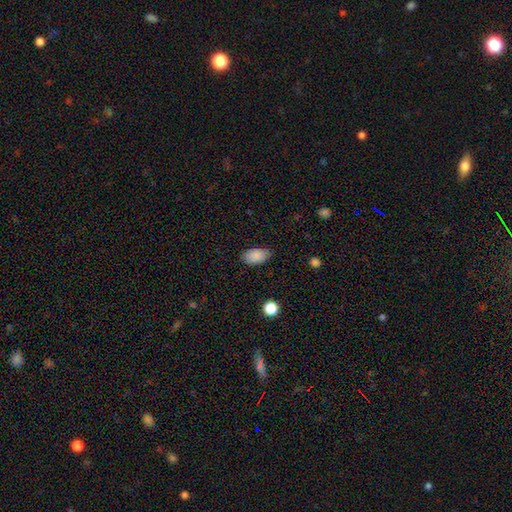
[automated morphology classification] Smooth or featured: smooth — 88% (star or artifact — 8%)
How rounded: in between — 93% (round — 5%)
Merging: none — 80% (minor disturbance — 16%)